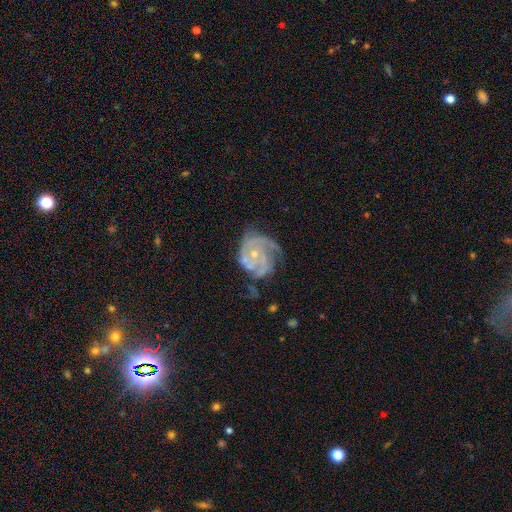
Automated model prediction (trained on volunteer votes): Smooth or featured? Predicted: featured or disk (p=0.86). Edge-on disk? Predicted: no (p=0.98). Bar? Predicted: no (p=0.78). Spiral arms? Predicted: yes (p=0.96). Spiral winding? Predicted: tight (p=0.61). Spiral arm count? Predicted: 3 (p=0.40). Bulge size? Predicted: small (p=0.72). Merging? Predicted: none (p=0.55).